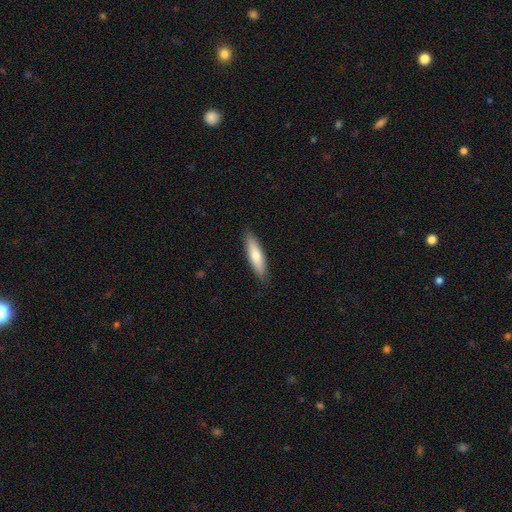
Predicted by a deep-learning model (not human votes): Morphology: type=smooth (71%); roundness=cigar-shaped (73%); merging=none (88%).